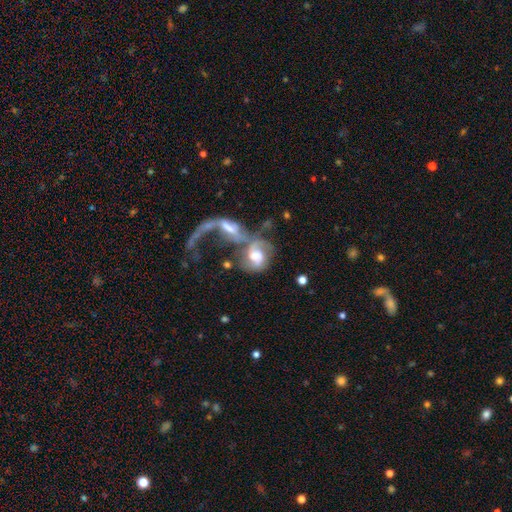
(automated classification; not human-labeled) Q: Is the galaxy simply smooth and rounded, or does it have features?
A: featured or disk — 67%.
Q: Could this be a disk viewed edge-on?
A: no — 95%.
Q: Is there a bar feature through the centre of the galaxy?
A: no — 50%.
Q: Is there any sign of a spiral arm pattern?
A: yes — 76%.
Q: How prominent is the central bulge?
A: moderate — 40%.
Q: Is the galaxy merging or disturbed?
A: merger — 66%.